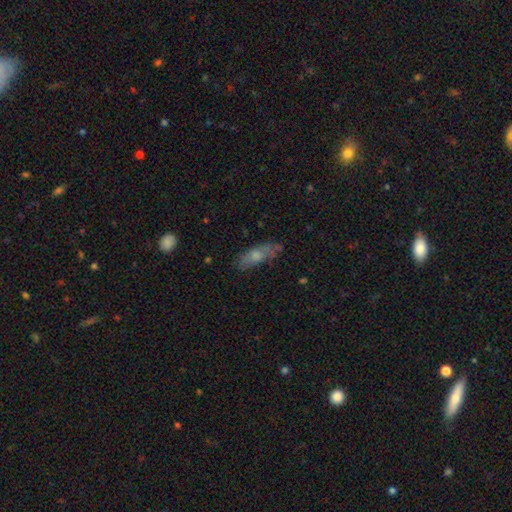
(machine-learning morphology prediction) A smooth galaxy with no disk features (53%) that is in between round and cigar-shaped (51%).

Vote fractions:
- Smooth or featured? smooth: 53% / featured or disk: 37% / star or artifact: 10%
- How rounded? in between: 51% / cigar-shaped: 45% / round: 3%
- Merging? none: 70% / minor disturbance: 22% / major disturbance: 6% / merger: 2%